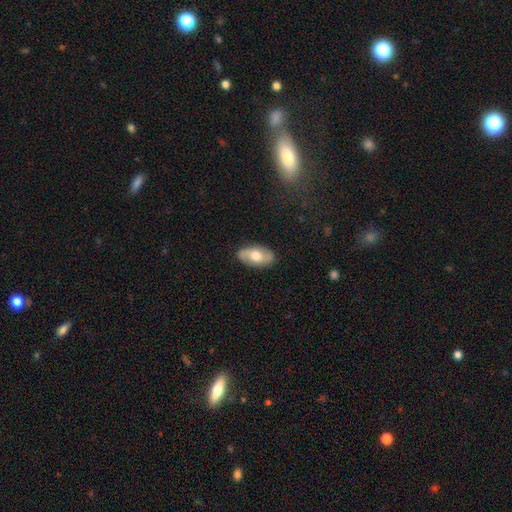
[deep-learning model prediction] Q: Smooth or featured?
A: featured or disk (50%); runner-up: smooth (44%)
Q: Merging?
A: none (84%); runner-up: minor disturbance (12%)